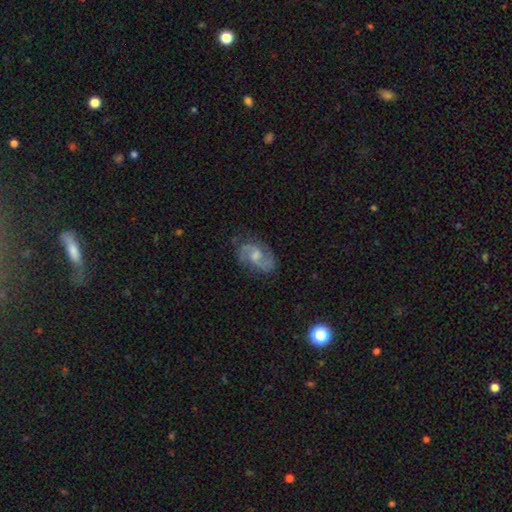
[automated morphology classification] A featured or disk galaxy (84%) with no bar (47%), 2 (90%) medium (55%) spiral arms (96%) and a moderate central bulge (51%).

Vote fractions:
- Smooth or featured? featured or disk: 84% / smooth: 10% / star or artifact: 6%
- Edge-on disk? no: 97% / yes: 3%
- Bar? no: 47% / weak: 46% / strong: 7%
- Spiral arms? yes: 96% / no: 4%
- Spiral winding? medium: 55% / loose: 28% / tight: 17%
- Spiral arm count? 2: 90% / can't tell: 4% / 3: 2% / 1: 2% / 4: 1% / more than 4: 1%
- Bulge size? moderate: 51% / small: 34% / none: 10% / large: 5% / dominant: 1%
- Merging? none: 75% / minor disturbance: 18% / major disturbance: 6% / merger: 2%